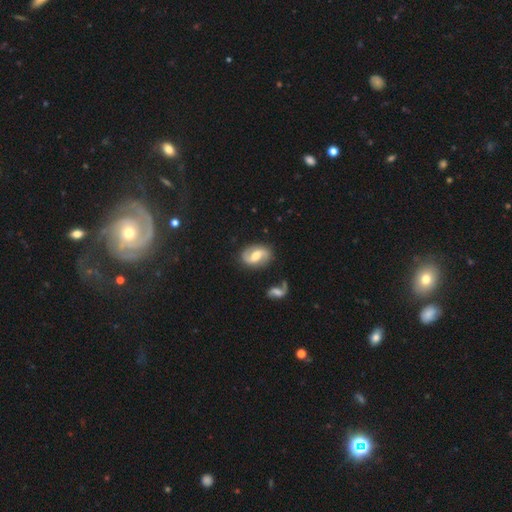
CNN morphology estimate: Overall: featured or disk (80%). Edge-on disk: no (97%). Bar: weak (45%; no 30%). Spiral arms: yes (92%). Spiral arm count: 2 (91%). Spiral winding: loose (43%; medium 41%). Bulge size: moderate (71%). Merging: none (81%).